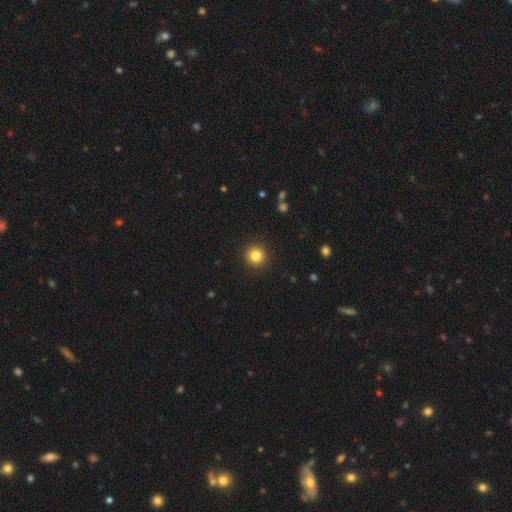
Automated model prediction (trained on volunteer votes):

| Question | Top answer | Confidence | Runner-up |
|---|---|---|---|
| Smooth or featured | smooth | 84% | star or artifact (11%) |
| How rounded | round | 95% | in between (4%) |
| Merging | none | 92% | minor disturbance (5%) |